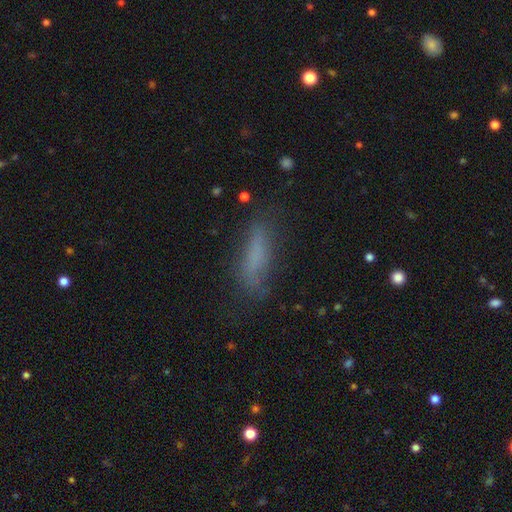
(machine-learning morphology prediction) type=smooth (71%); roundness=cigar-shaped (61%); merging=none (69%).